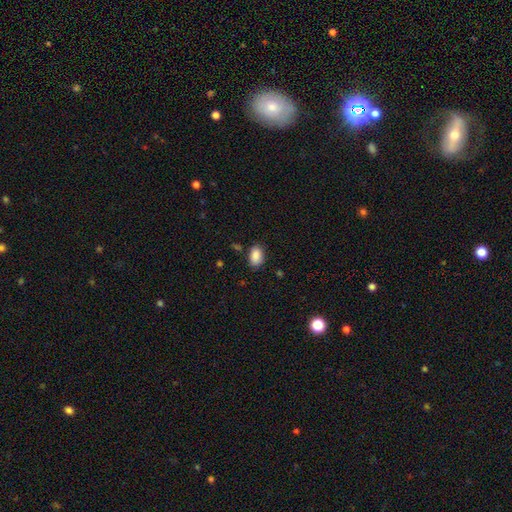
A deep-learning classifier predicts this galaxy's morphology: Smooth or featured: smooth — 89% (star or artifact — 8%)
How rounded: in between — 89% (round — 9%)
Merging: none — 83% (minor disturbance — 12%)